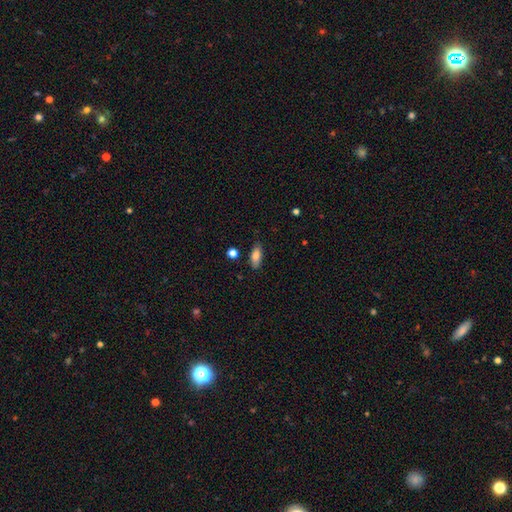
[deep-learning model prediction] Smooth or featured?
  - smooth: 79% *
  - featured or disk: 13%
  - star or artifact: 7%
How rounded?
  - in between: 80% *
  - cigar-shaped: 17%
  - round: 3%
Merging?
  - none: 80% *
  - minor disturbance: 15%
  - major disturbance: 3%
  - merger: 2%